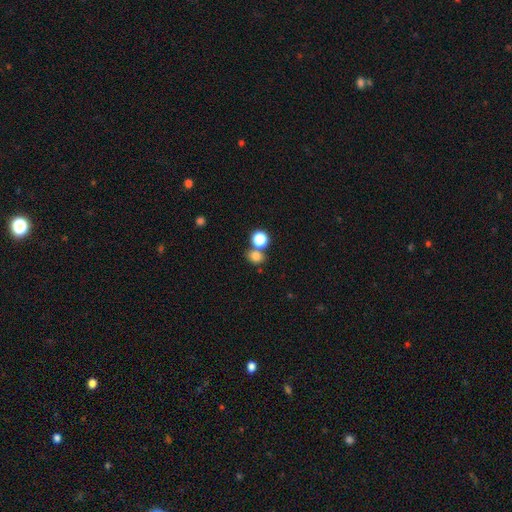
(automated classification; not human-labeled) This is likely a smooth galaxy (78%). How rounded: likely round (64%). Merging: possibly none (55%).